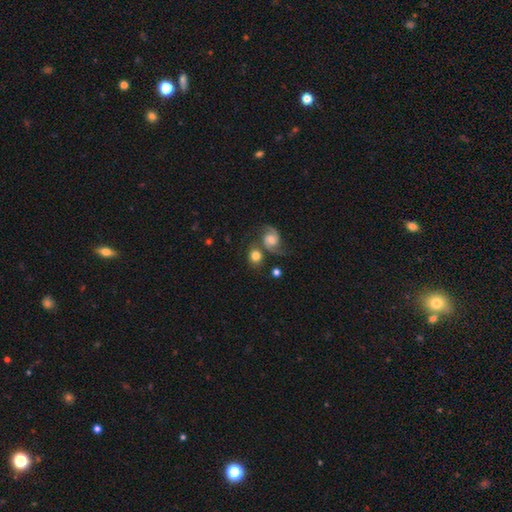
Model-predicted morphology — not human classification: type=smooth (58%); roundness=round (76%); merging=none (56%).